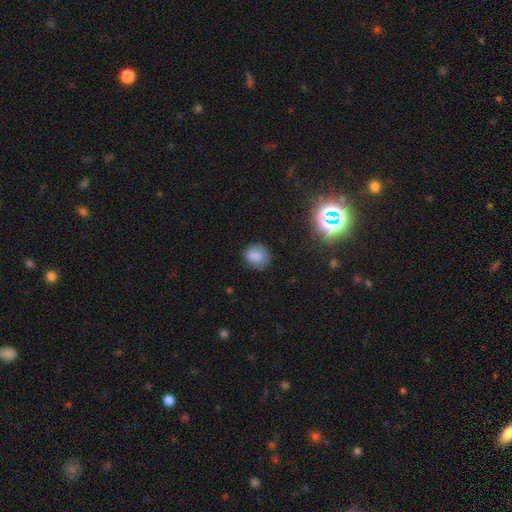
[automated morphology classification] This is clearly a smooth galaxy (82%). How rounded: likely round (71%). Merging: likely none (79%).